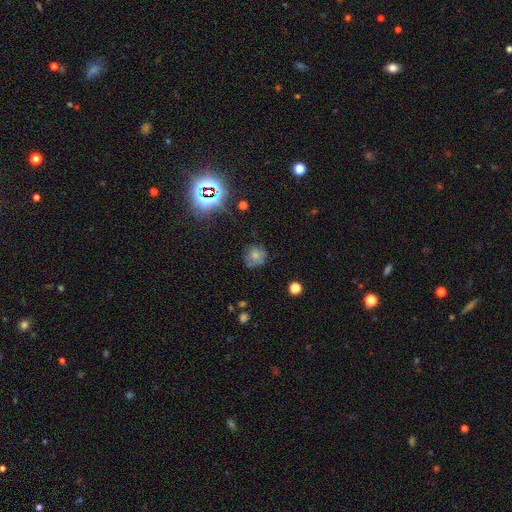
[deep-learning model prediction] The model was most divided on "merging": none: 65%, minor disturbance: 23%, major disturbance: 7%, merger: 4%. More confident: how rounded — round (78%); smooth or featured — smooth (63%).